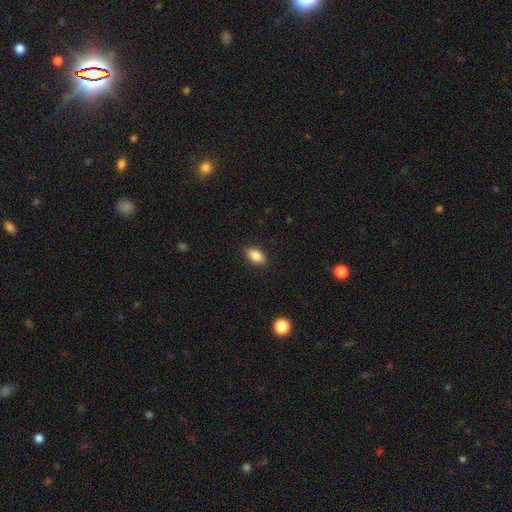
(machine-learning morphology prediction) Smooth or featured?
  - smooth: 84% *
  - star or artifact: 8%
  - featured or disk: 8%
How rounded?
  - in between: 89% *
  - round: 7%
  - cigar-shaped: 4%
Merging?
  - none: 88% *
  - minor disturbance: 9%
  - major disturbance: 2%
  - merger: 1%